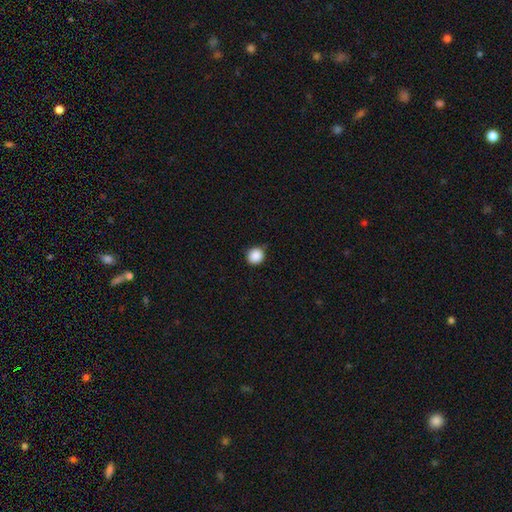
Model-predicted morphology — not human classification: Q: Smooth or featured?
A: smooth (88%); runner-up: star or artifact (9%)
Q: How rounded?
A: round (92%); runner-up: in between (7%)
Q: Merging?
A: none (83%); runner-up: minor disturbance (13%)